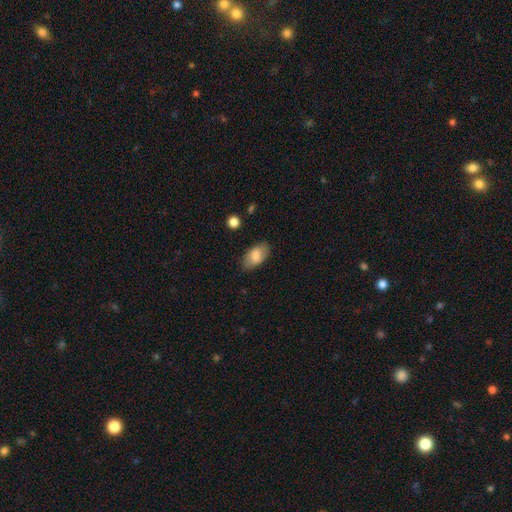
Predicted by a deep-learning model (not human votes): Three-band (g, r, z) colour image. It shows a smooth galaxy with no disk features (80%) that is in between round and cigar-shaped (93%). Merging: none (82%).